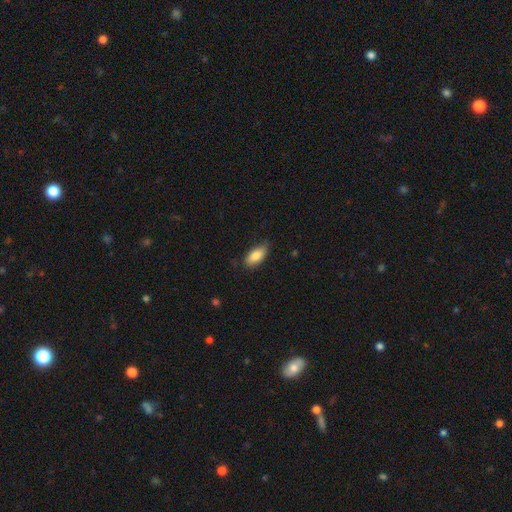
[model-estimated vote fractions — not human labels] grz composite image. It shows a smooth galaxy with no disk features (84%) that is in between round and cigar-shaped (88%). Merging: none (71%).